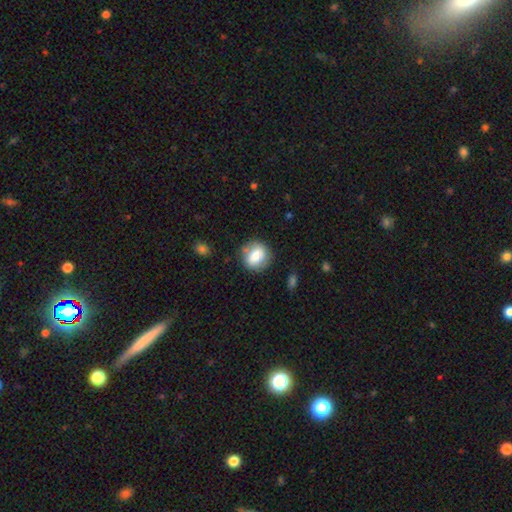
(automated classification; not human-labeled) Overall: smooth (75%). How rounded: round (71%). Merging: none (77%).